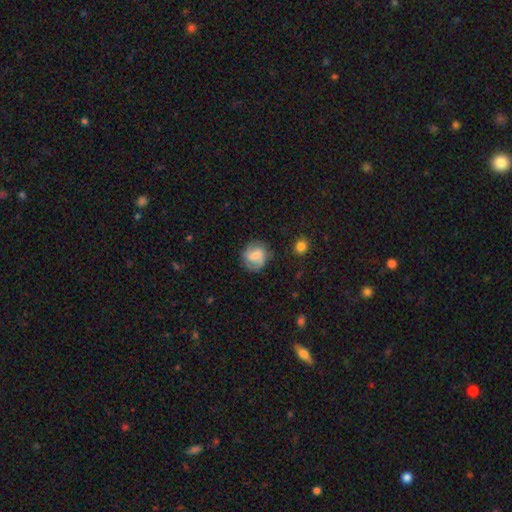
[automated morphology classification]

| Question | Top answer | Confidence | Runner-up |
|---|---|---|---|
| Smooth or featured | featured or disk | 50% | smooth (42%) |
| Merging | none | 73% | minor disturbance (18%) |